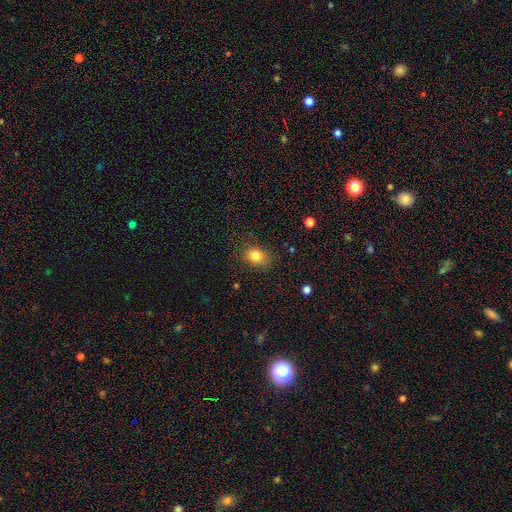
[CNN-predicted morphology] smooth-or-featured: smooth: 82% | star or artifact: 10% | featured or disk: 8%
  how-rounded: in between: 57% | round: 42% | cigar-shaped: 1%
  merging: none: 79% | minor disturbance: 15% | major disturbance: 4% | merger: 1%